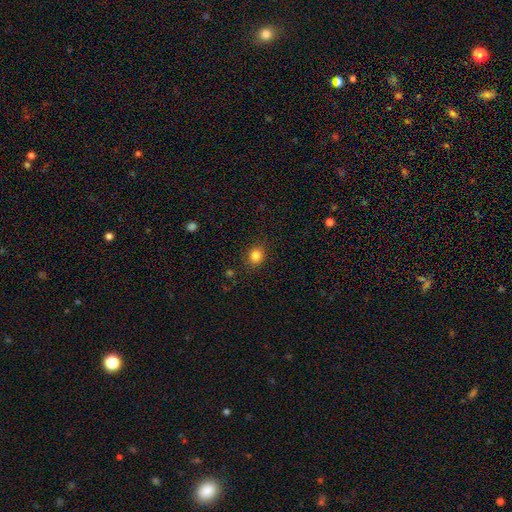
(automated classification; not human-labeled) Morphology: type=smooth (83%); roundness=round (73%); merging=none (87%).